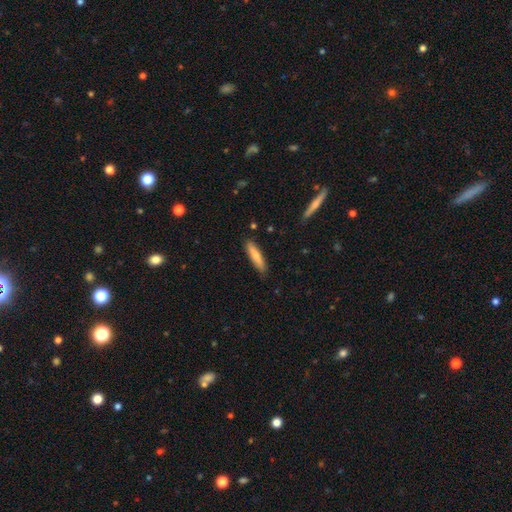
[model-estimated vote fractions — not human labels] A smooth galaxy with no disk features (73%) that is cigar-shaped (81%). Merging: none (86%).